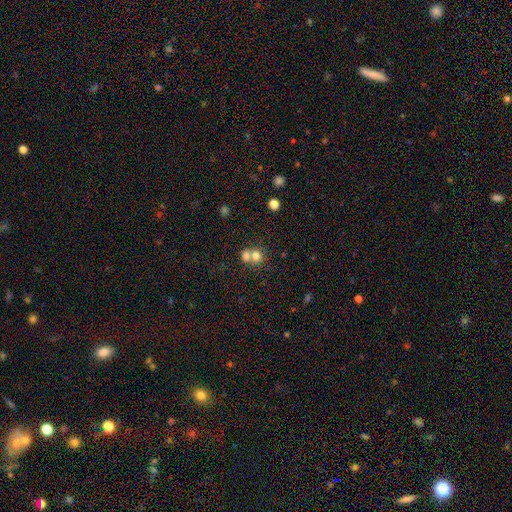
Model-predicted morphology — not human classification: Overall: smooth (73%). How rounded: round (78%). Merging: merger (58%; none 34%).